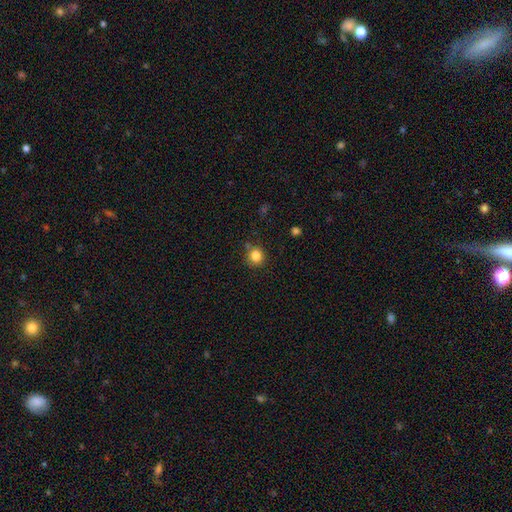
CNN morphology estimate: Smooth or featured?
  - smooth: 84% *
  - star or artifact: 12%
  - featured or disk: 5%
How rounded?
  - round: 89% *
  - in between: 10%
  - cigar-shaped: 1%
Merging?
  - none: 80% *
  - minor disturbance: 12%
  - merger: 4%
  - major disturbance: 3%